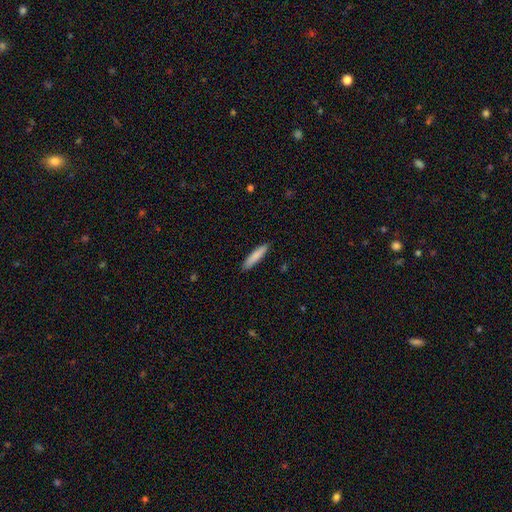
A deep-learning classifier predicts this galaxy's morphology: Smooth or featured?
  - smooth: 84% *
  - featured or disk: 10%
  - star or artifact: 6%
How rounded?
  - cigar-shaped: 87% *
  - in between: 12%
  - round: 1%
Merging?
  - none: 90% *
  - minor disturbance: 8%
  - major disturbance: 2%
  - merger: 1%